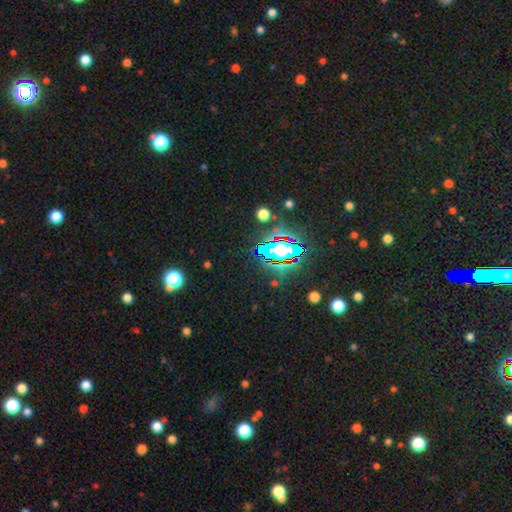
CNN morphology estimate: A star or artifact, not a galaxy (82%).

Vote fractions:
- Smooth or featured? star or artifact: 82% / smooth: 11% / featured or disk: 8%